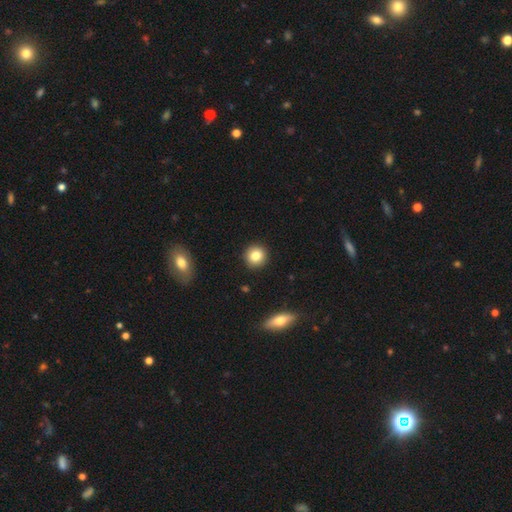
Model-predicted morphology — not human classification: This is clearly a smooth galaxy (84%). How rounded: clearly round (92%). Merging: clearly none (92%).